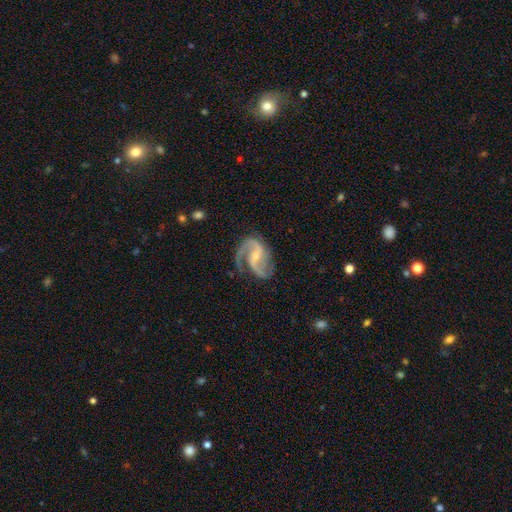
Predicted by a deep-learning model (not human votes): Morphology: type=featured or disk (91%); edge-on=no (98%); bar=weak (47%); spiral arms=yes (98%); winding=medium (55%); arm count=2 (82%); bulge=small (64%); merging=none (66%).